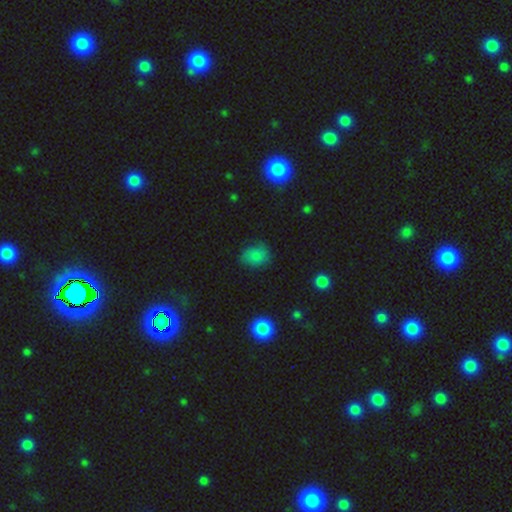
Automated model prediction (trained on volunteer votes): smooth 79%, star or artifact 13%, featured or disk 8%. Down the decision tree: how rounded — in between (57%); merging — none (68%).